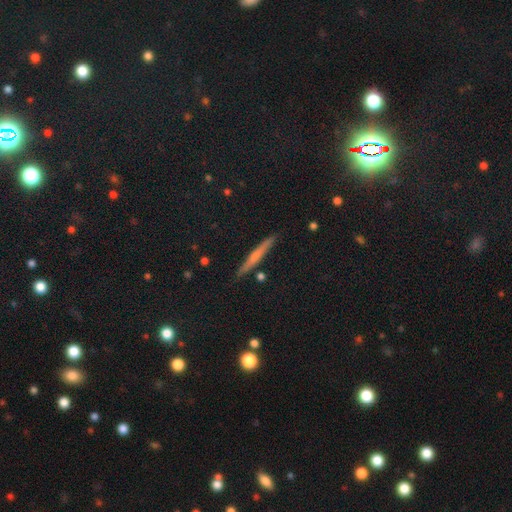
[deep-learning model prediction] Smooth or featured: smooth — 46% (tied with featured or disk — 46%)
Merging: none — 89% (minor disturbance — 8%)